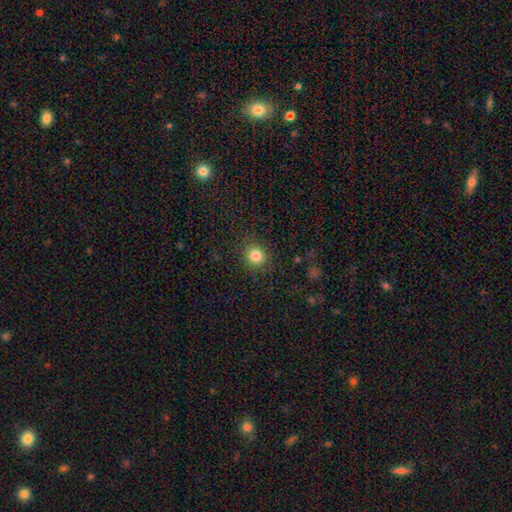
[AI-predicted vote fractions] This appears to be a smooth galaxy with no disk features (83%) that is round (87%). Merging: none (88%).